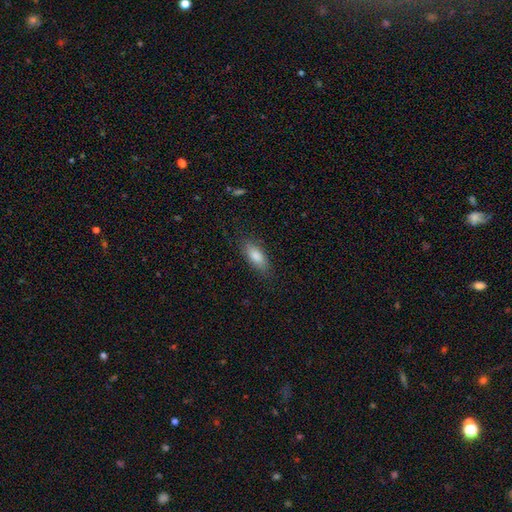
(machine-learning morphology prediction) Q: Smooth or featured?
A: smooth (81%); runner-up: featured or disk (11%)
Q: How rounded?
A: in between (76%); runner-up: cigar-shaped (21%)
Q: Merging?
A: none (81%); runner-up: minor disturbance (14%)